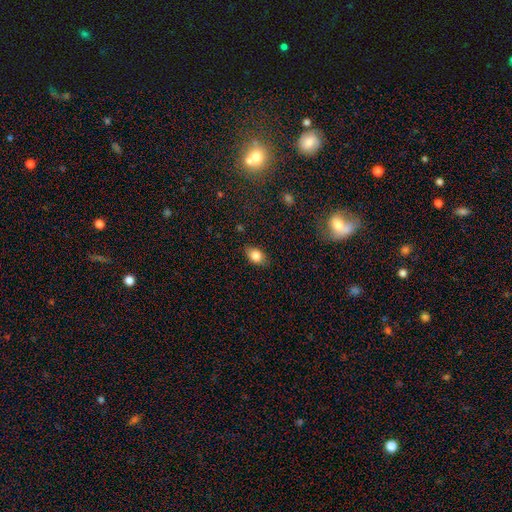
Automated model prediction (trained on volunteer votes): Overall: smooth (82%). How rounded: in between (82%). Merging: none (84%).